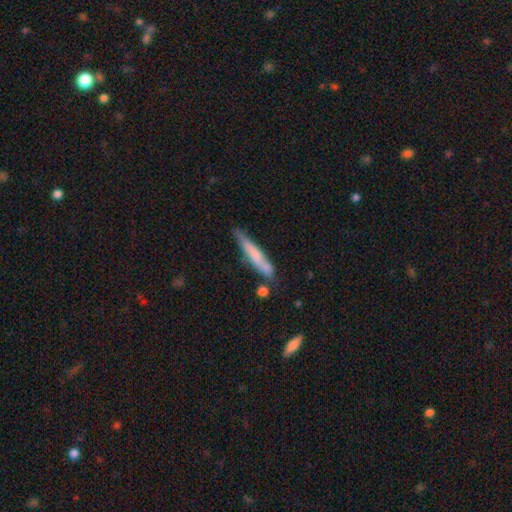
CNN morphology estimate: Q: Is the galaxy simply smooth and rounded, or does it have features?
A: smooth — 58%.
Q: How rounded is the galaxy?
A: cigar-shaped — 91%.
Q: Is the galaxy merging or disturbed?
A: none — 61%.